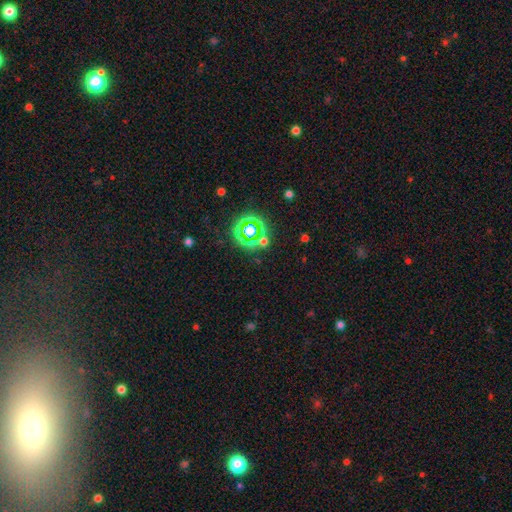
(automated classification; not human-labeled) Smooth or featured? Predicted: star or artifact (p=0.75).